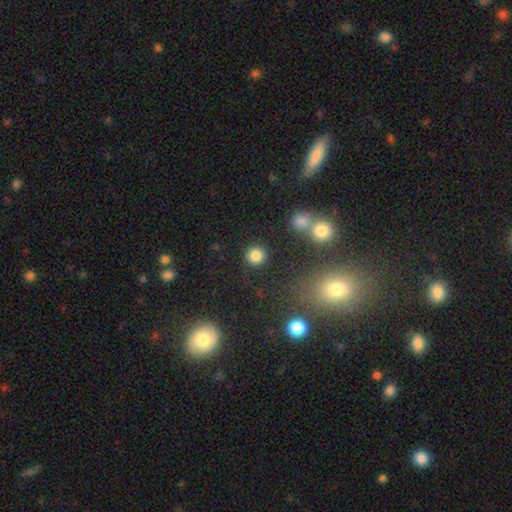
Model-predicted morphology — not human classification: A smooth galaxy with no disk features (83%) that is round (92%). Merging: none (89%).